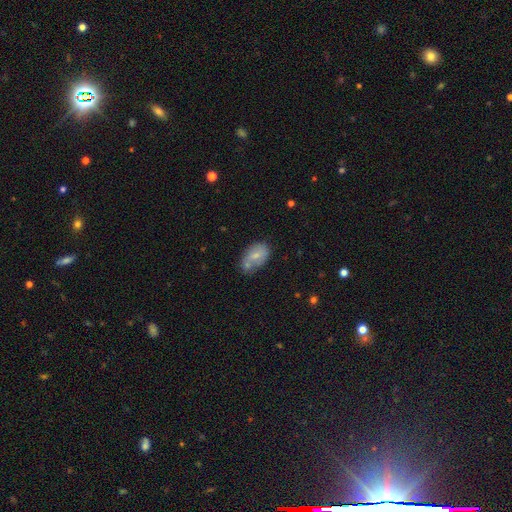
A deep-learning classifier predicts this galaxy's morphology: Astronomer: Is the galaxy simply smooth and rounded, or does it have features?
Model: smooth — 65%.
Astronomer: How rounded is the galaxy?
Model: in between — 87%.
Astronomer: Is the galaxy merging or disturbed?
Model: none — 49%.